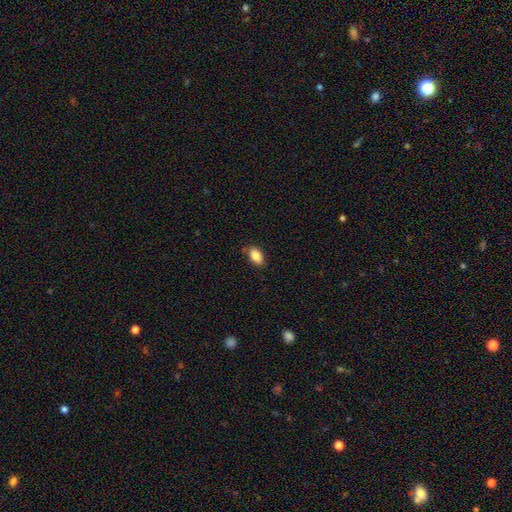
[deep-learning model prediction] Smooth or featured?
  - smooth: 87% *
  - star or artifact: 8%
  - featured or disk: 6%
How rounded?
  - in between: 92% *
  - round: 5%
  - cigar-shaped: 3%
Merging?
  - none: 83% *
  - minor disturbance: 13%
  - major disturbance: 2%
  - merger: 2%